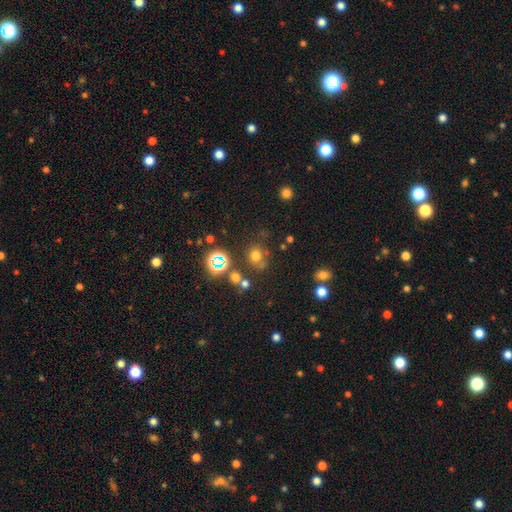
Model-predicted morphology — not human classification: smooth 64%, star or artifact 27%, featured or disk 9%. Down the decision tree: how rounded — round (81%); merging — none (69%).